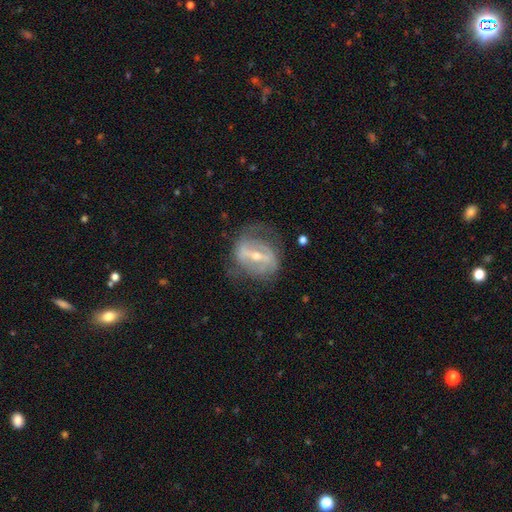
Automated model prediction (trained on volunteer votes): Smooth or featured? featured or disk (83%)
Edge-on disk? no (93%)
Bar? strong (68%)
Spiral arms? yes (77%)
Spiral winding? medium (41%)
Spiral arm count? 2 (64%)
Bulge size? small (51%)
Merging? none (58%)